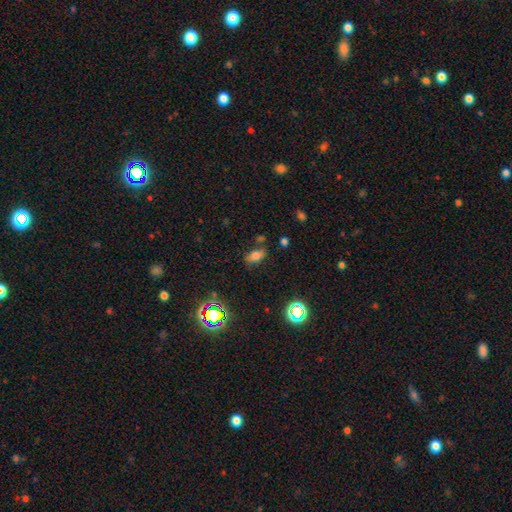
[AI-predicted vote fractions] A smooth galaxy with no disk features (69%) that is in between round and cigar-shaped (85%). Merging: none (72%).